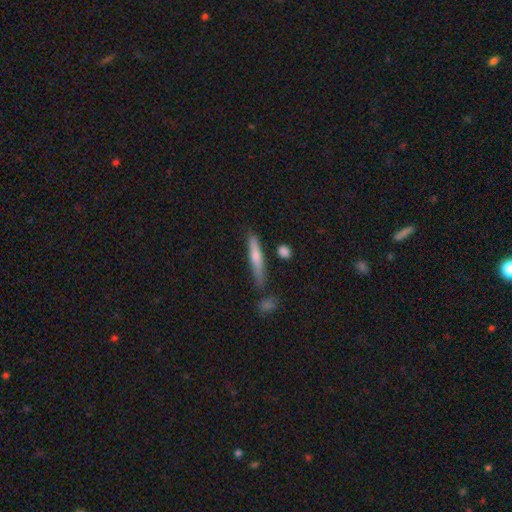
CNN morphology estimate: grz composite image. It shows a featured or disk galaxy (48%). Merging: none (81%).